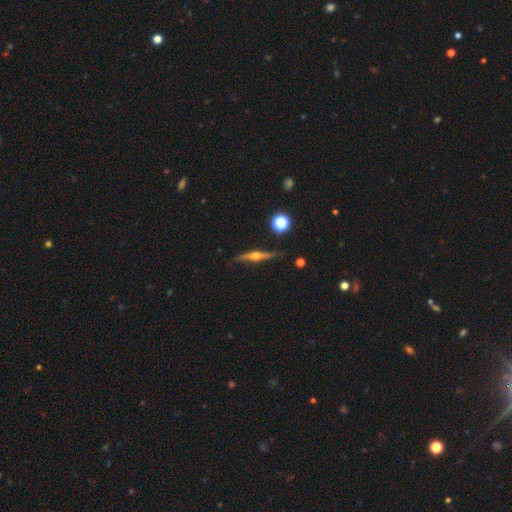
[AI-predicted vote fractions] Morphology: type=featured or disk (78%); edge-on=yes (97%); edge-on bulge=rounded (94%); merging=none (85%).